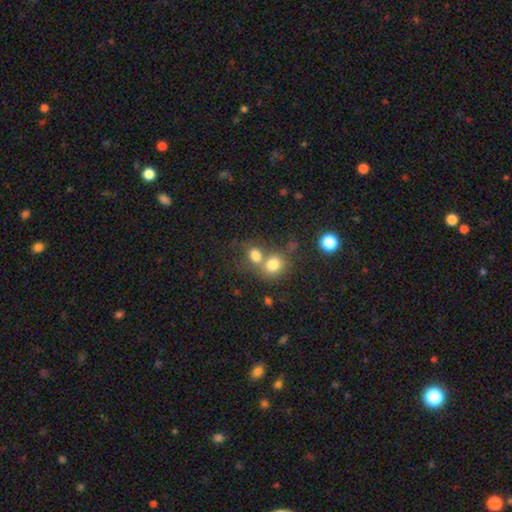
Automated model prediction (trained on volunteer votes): smooth-or-featured: smooth: 77% | star or artifact: 12% | featured or disk: 11%
  how-rounded: round: 64% | in between: 35% | cigar-shaped: 1%
  merging: merger: 51% | none: 36% | minor disturbance: 8% | major disturbance: 5%